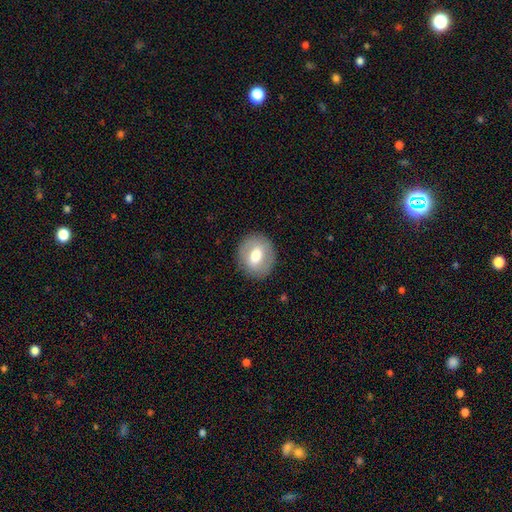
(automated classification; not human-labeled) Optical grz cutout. It shows a smooth galaxy with no disk features (62%) that is round (67%). Merging: none (87%).